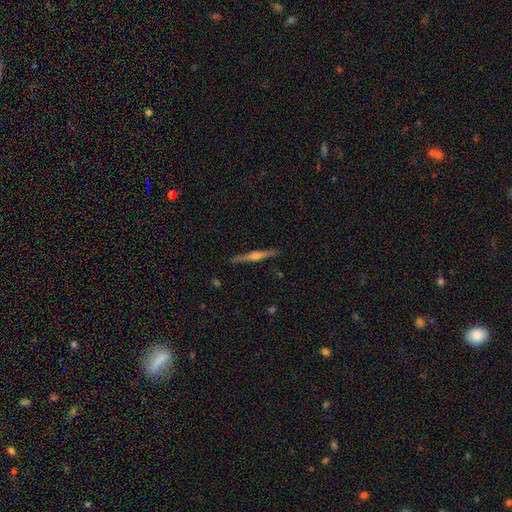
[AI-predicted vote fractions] Smooth or featured: featured or disk — 78% (smooth — 16%)
Edge-on disk: yes — 98% (no — 2%)
Edge-on bulge: rounded — 81% (boxy — 10%)
Merging: none — 91% (minor disturbance — 6%)